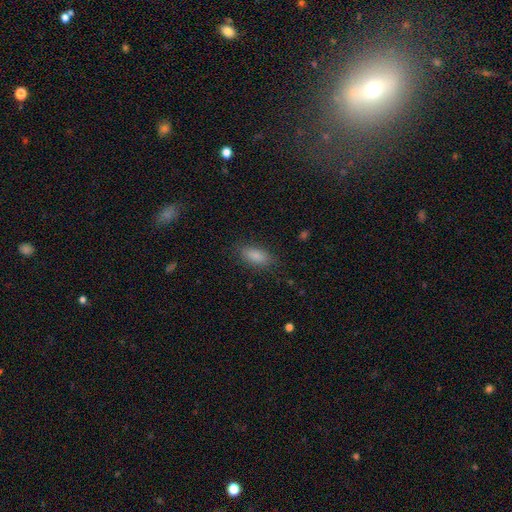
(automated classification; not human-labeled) Overall: smooth (86%). How rounded: in between (84%). Merging: none (83%).